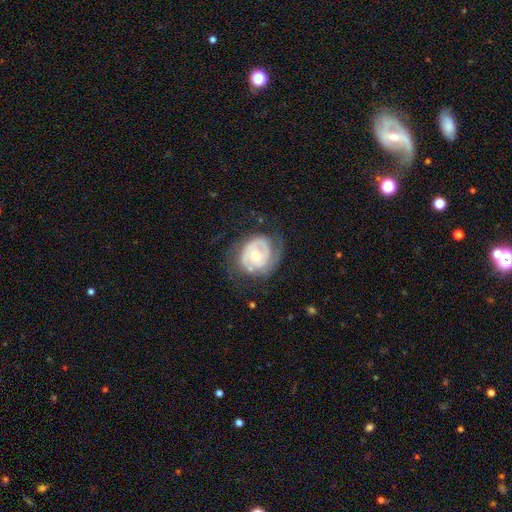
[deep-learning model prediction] Smooth or featured: featured or disk — 78% (smooth — 17%)
Edge-on disk: no — 98% (yes — 2%)
Bar: no — 51% (weak — 39%)
Spiral arms: yes — 85% (no — 15%)
Spiral winding: tight — 57% (medium — 32%)
Spiral arm count: 2 — 51% (can't tell — 23%)
Bulge size: moderate — 64% (small — 29%)
Merging: none — 60% (minor disturbance — 23%)